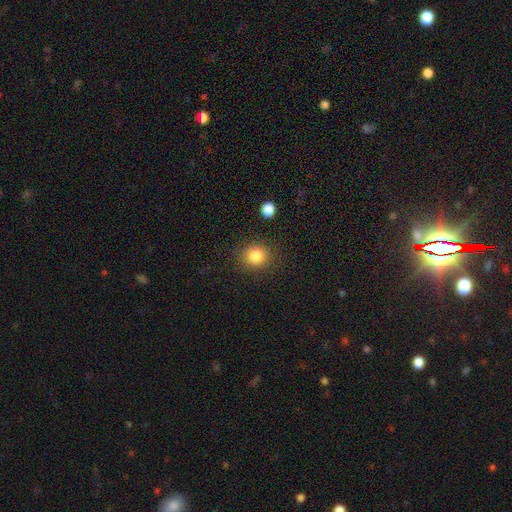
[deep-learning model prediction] This appears to be a smooth galaxy with no disk features (84%) that is round (83%). Merging: none (86%).